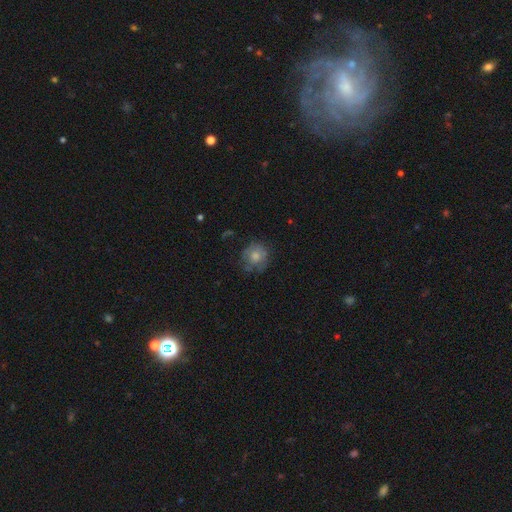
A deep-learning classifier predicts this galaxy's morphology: Smooth or featured? smooth (62%)
How rounded? round (81%)
Merging? none (62%)